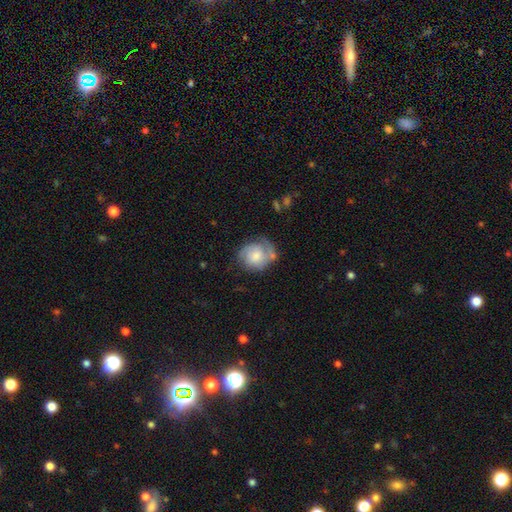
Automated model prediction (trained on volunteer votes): A featured or disk galaxy (57%) with no bar (72%), spiral arms (86%) and a moderate central bulge (40%). Merging: none (53%).